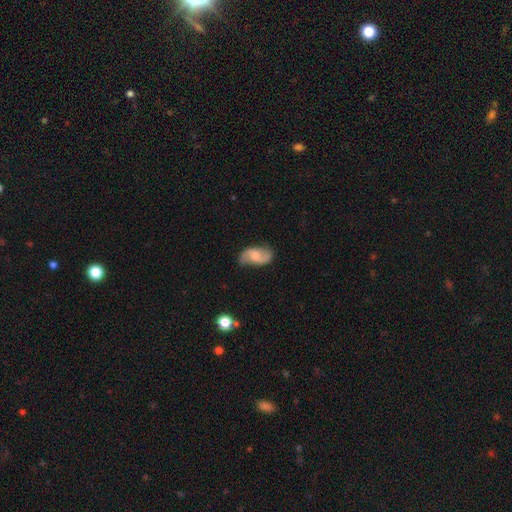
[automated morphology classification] Smooth or featured? featured or disk (66%)
Edge-on disk? no (96%)
Bar? no (55%)
Spiral arms? yes (93%)
Spiral winding? loose (53%)
Spiral arm count? 2 (90%)
Bulge size? moderate (39%)
Merging? none (74%)